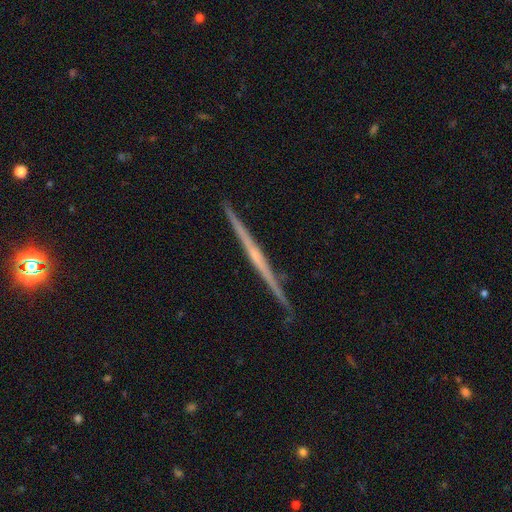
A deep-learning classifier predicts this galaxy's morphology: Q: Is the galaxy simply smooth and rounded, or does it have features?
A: featured or disk — 79%.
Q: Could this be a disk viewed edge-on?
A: yes — 98%.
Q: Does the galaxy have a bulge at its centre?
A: none — 56%.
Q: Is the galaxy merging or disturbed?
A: none — 91%.